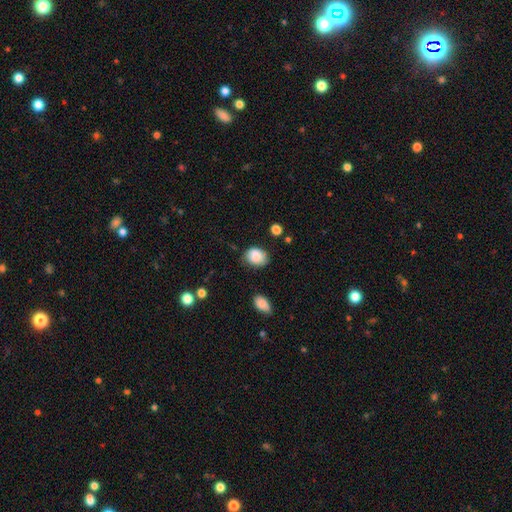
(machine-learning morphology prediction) This is clearly a smooth galaxy (86%). How rounded: likely in between (61%). Merging: likely none (69%).